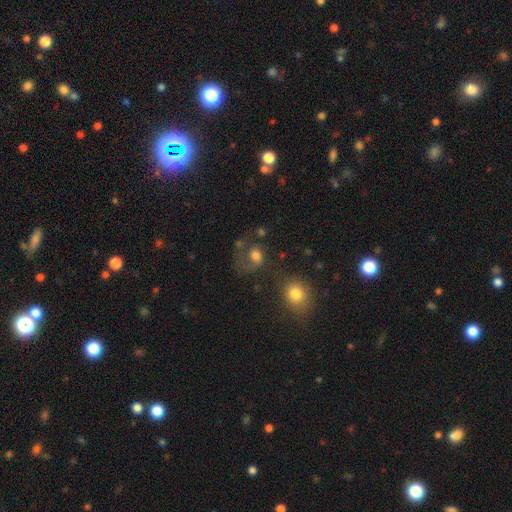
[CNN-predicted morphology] type=smooth (57%); roundness=round (61%); merging=major disturbance (36%).